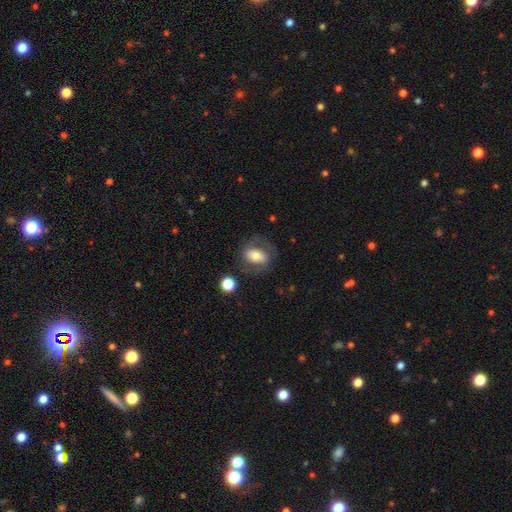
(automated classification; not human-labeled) Smooth or featured? smooth (56%)
How rounded? in between (75%)
Merging? none (65%)